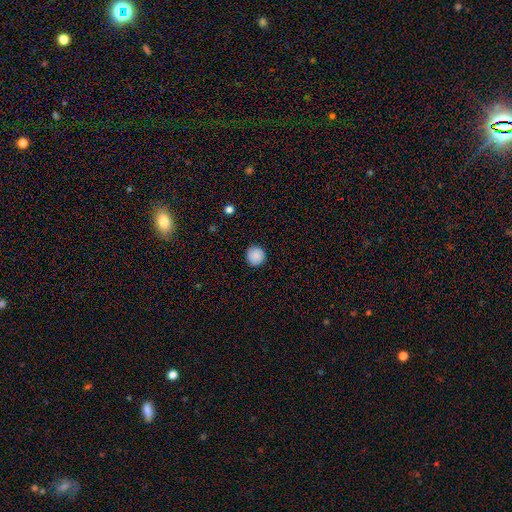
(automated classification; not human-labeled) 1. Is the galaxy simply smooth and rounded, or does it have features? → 89% smooth, 8% star or artifact, 3% featured or disk.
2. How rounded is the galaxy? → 94% round, 5% in between, 1% cigar-shaped.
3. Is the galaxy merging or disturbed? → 91% none, 6% minor disturbance, 2% major disturbance, 1% merger.